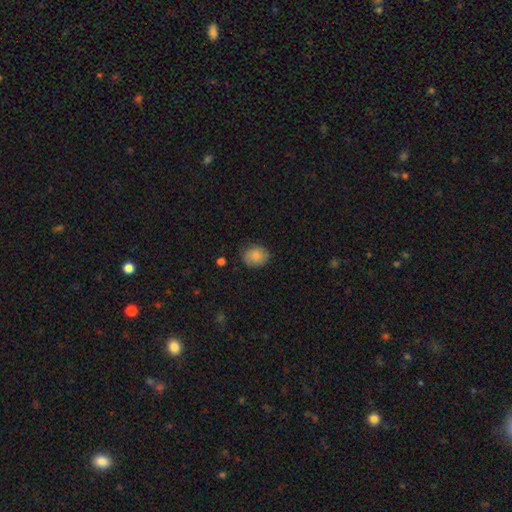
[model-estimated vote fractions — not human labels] smooth-or-featured: smooth: 80% | featured or disk: 12% | star or artifact: 8%
  how-rounded: round: 58% | in between: 42% | cigar-shaped: 1%
  merging: none: 78% | minor disturbance: 17% | major disturbance: 3% | merger: 1%